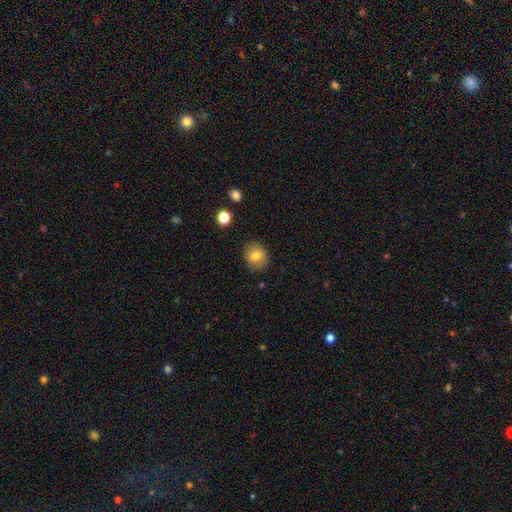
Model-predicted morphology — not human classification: Smooth or featured: smooth — 76% (featured or disk — 14%)
How rounded: round — 70% (in between — 29%)
Merging: none — 83% (minor disturbance — 13%)